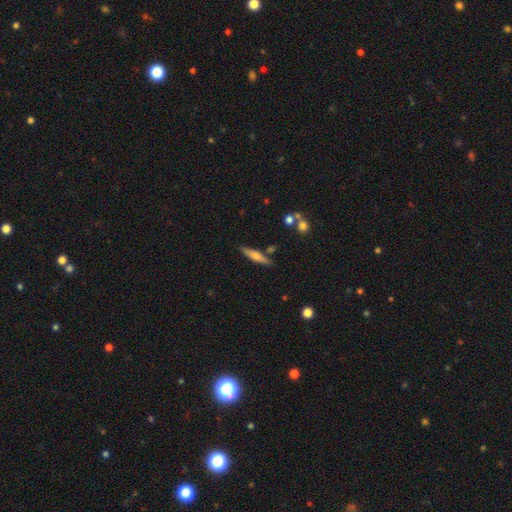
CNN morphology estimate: type=smooth (53%); roundness=cigar-shaped (83%); merging=none (81%).